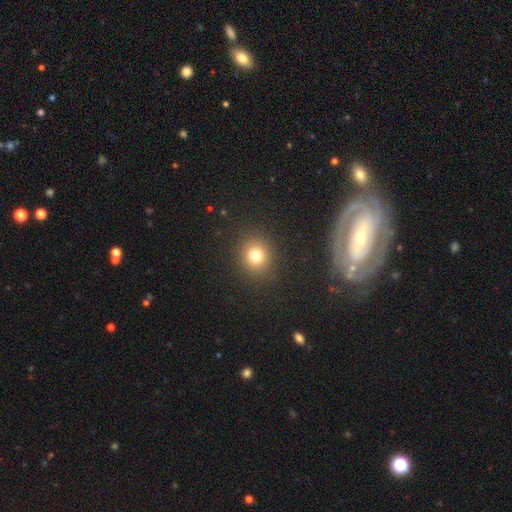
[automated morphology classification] smooth 76%, star or artifact 16%, featured or disk 8%. Down the decision tree: how rounded — round (82%); merging — none (89%).